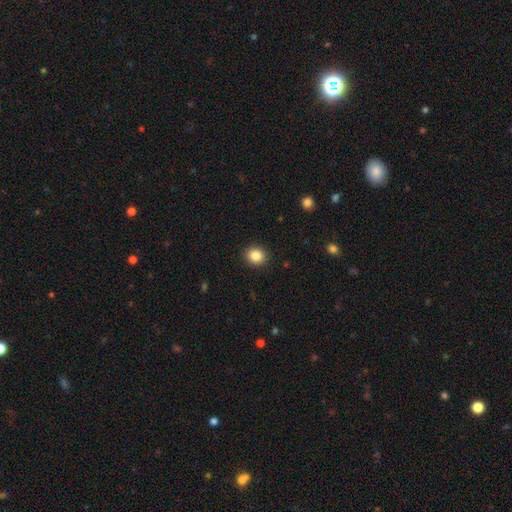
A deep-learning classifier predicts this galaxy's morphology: Smooth or featured? Predicted: smooth (p=0.85). How rounded? Predicted: round (p=0.75). Merging? Predicted: none (p=0.91).